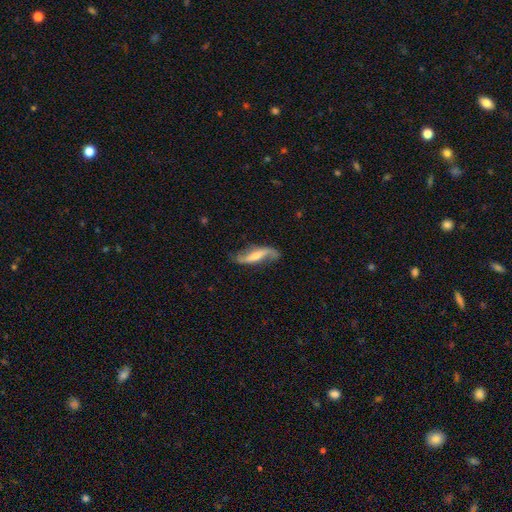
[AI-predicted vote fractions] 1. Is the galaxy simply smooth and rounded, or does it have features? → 78% featured or disk, 17% smooth, 6% star or artifact.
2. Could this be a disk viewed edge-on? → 83% no, 17% yes.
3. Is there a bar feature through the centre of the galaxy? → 38% strong, 35% weak, 27% no.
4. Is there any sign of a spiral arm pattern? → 93% yes, 7% no.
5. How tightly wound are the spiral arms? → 77% loose, 17% medium, 6% tight.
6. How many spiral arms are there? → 89% 2, 5% 1, 4% can't tell, 1% 3, 1% 4, 1% more than 4.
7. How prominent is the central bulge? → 45% moderate, 37% small, 9% none, 7% large, 2% dominant.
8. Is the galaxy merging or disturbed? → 72% none, 19% minor disturbance, 7% major disturbance, 2% merger.